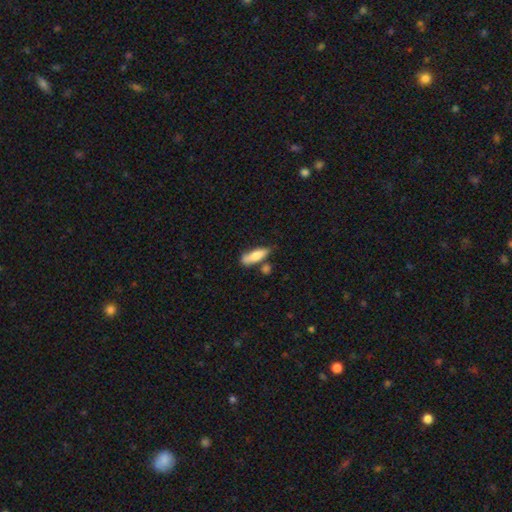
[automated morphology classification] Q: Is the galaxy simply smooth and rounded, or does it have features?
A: smooth — 78%.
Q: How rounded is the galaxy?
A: in between — 54%.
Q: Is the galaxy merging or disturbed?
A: none — 50%.